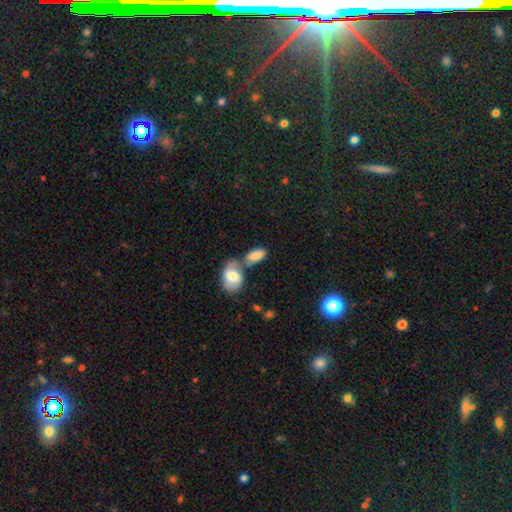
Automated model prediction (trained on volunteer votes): Overall: smooth (81%). How rounded: in between (91%). Merging: merger (41%; none 39%).